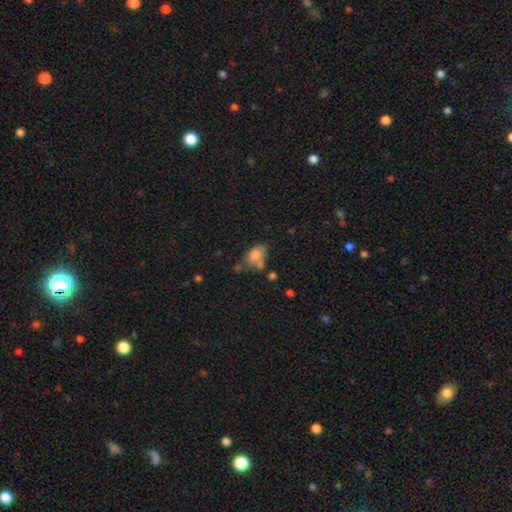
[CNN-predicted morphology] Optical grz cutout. It shows a smooth galaxy with no disk features (77%) that is in between round and cigar-shaped (79%). Merging: none (41%).